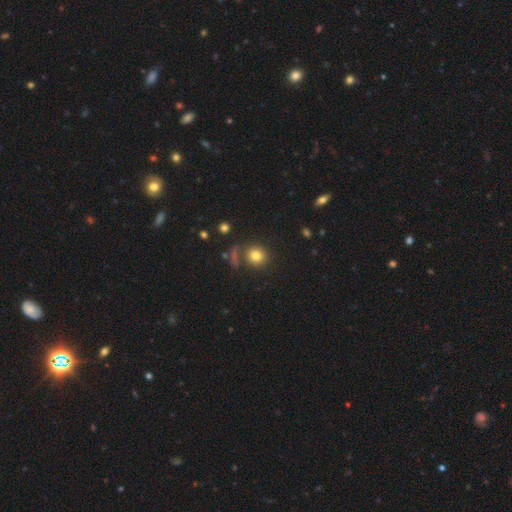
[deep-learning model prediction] Smooth or featured: smooth — 79% (star or artifact — 12%)
How rounded: round — 83% (in between — 16%)
Merging: none — 76% (minor disturbance — 10%)